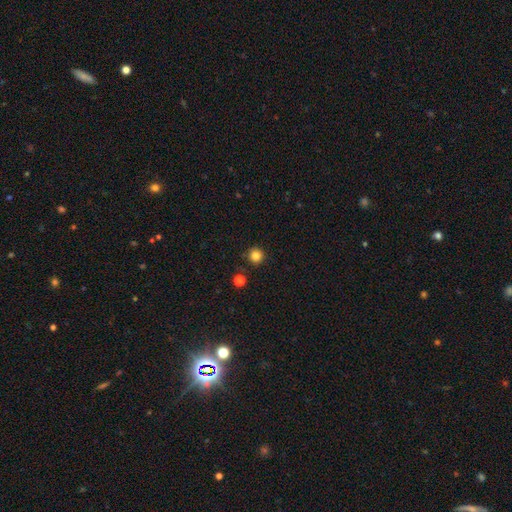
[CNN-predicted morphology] smooth_or_featured: smooth (p=0.83) [alt: star or artifact p=0.12]
how_rounded: round (p=0.95) [alt: in between p=0.04]
merging: none (p=0.89) [alt: minor disturbance p=0.07]